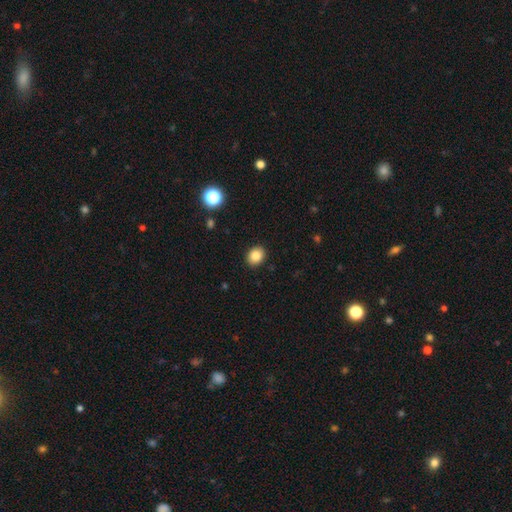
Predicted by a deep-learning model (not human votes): Overall: smooth (84%). How rounded: round (53%; in between 47%). Merging: none (91%).